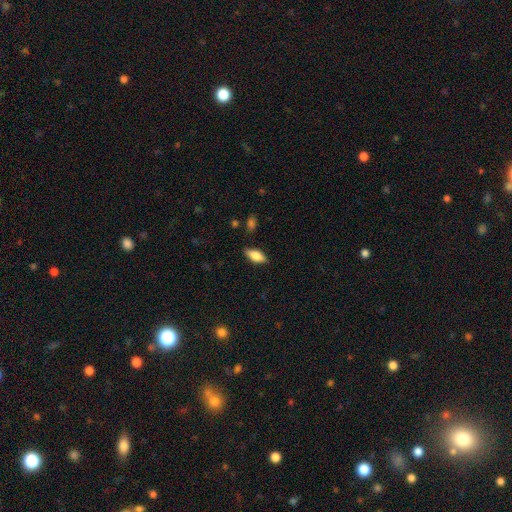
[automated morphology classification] A smooth galaxy with no disk features (76%) that is in between round and cigar-shaped (83%).

Vote fractions:
- Smooth or featured? smooth: 76% / featured or disk: 17% / star or artifact: 7%
- How rounded? in between: 83% / cigar-shaped: 14% / round: 3%
- Merging? none: 83% / minor disturbance: 13% / major disturbance: 3% / merger: 1%